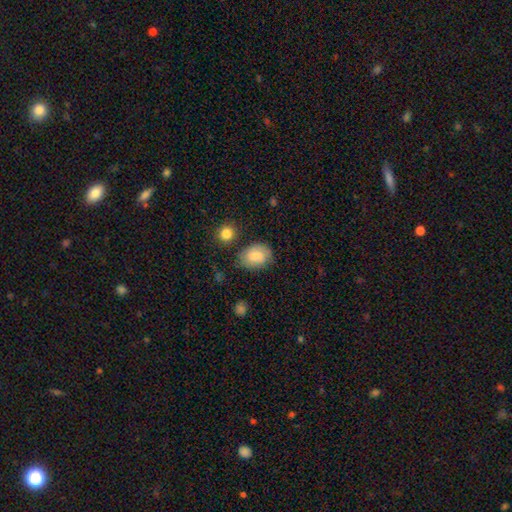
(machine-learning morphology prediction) smooth 76%, featured or disk 16%, star or artifact 8%. Down the decision tree: how rounded — in between (68%); merging — none (71%).